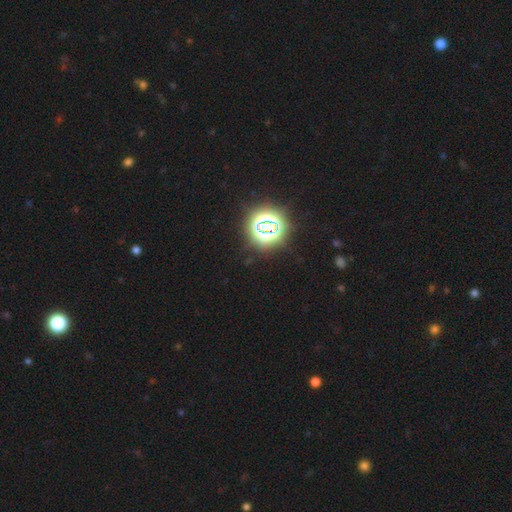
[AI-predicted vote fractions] Q: Smooth or featured?
A: star or artifact (84%); runner-up: smooth (11%)